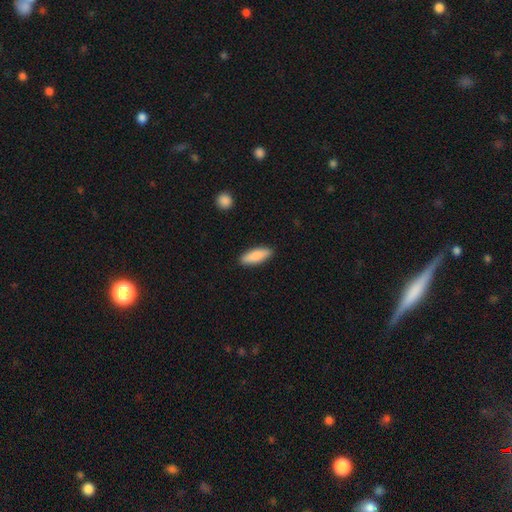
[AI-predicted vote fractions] Q: Smooth or featured?
A: smooth (85%); runner-up: featured or disk (9%)
Q: How rounded?
A: in between (59%); runner-up: cigar-shaped (39%)
Q: Merging?
A: none (89%); runner-up: minor disturbance (8%)